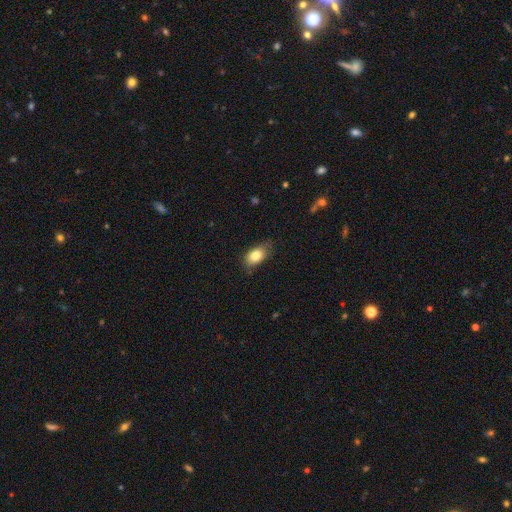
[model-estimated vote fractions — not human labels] This appears to be a smooth galaxy with no disk features (81%) that is in between round and cigar-shaped (87%). Merging: none (71%).